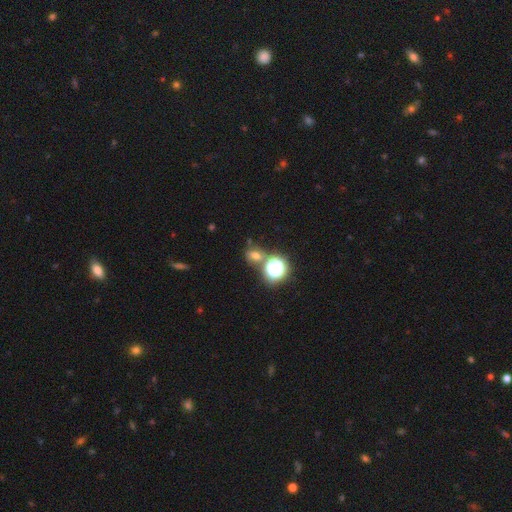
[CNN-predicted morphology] smooth 56%, star or artifact 32%, featured or disk 12%. Down the decision tree: how rounded — round (57%); merging — none (64%).